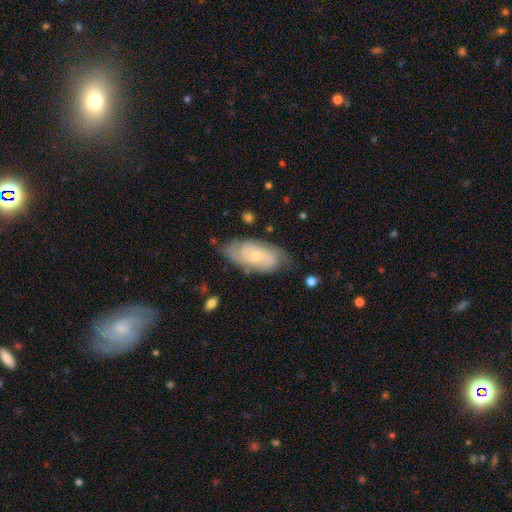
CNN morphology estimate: featured or disk 72%, smooth 22%, star or artifact 6%. Down the decision tree: edge-on disk — no (93%); bar — no (62%); spiral arms — yes (92%); spiral arm count — 2 (47%); spiral winding — tight (55%); bulge size — small (61%); merging — none (70%).